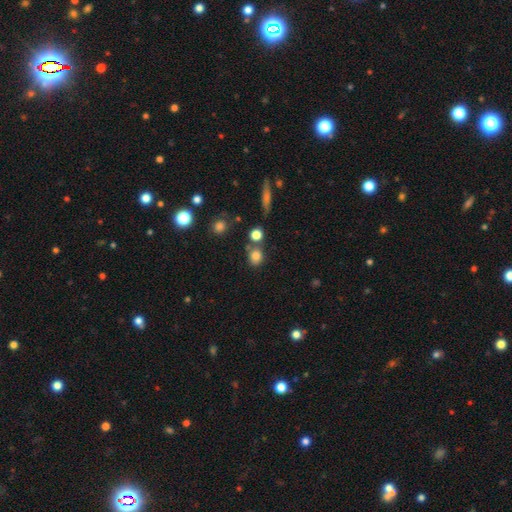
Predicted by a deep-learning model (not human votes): Morphology: type=smooth (80%); roundness=round (64%); merging=none (63%).